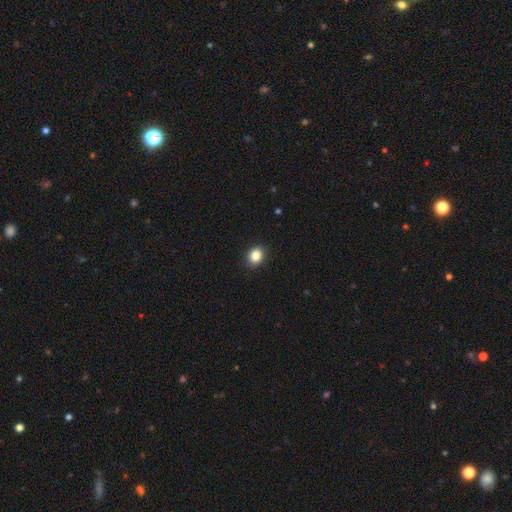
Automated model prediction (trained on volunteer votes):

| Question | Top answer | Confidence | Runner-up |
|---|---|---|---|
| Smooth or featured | smooth | 85% | star or artifact (10%) |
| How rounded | round | 52% | in between (47%) |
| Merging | none | 91% | minor disturbance (7%) |